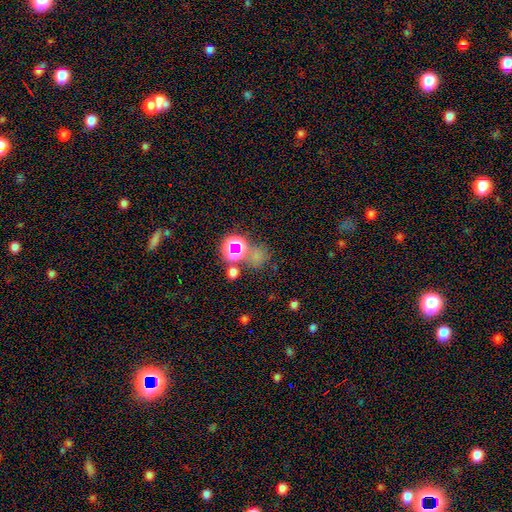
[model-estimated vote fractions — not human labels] The model was most divided on "smooth or featured": smooth: 50%, star or artifact: 41%, featured or disk: 9%. More confident: merging — none (59%).